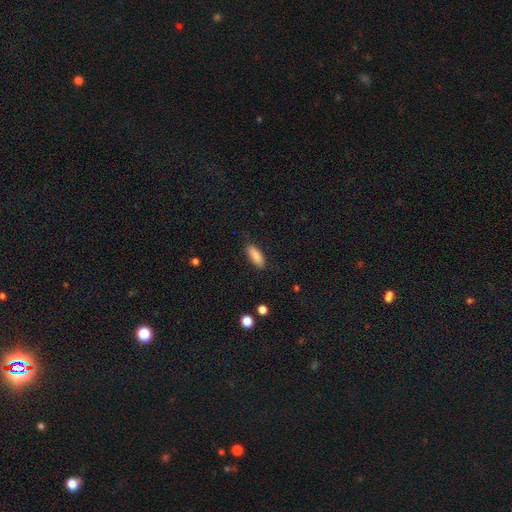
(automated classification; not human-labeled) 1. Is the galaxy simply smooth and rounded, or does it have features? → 87% smooth, 7% star or artifact, 6% featured or disk.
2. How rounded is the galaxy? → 68% in between, 30% cigar-shaped, 2% round.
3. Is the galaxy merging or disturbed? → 85% none, 11% minor disturbance, 3% major disturbance, 1% merger.